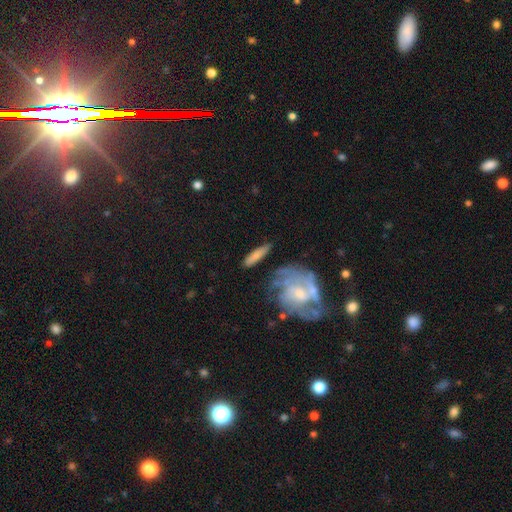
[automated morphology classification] type=smooth (67%); roundness=cigar-shaped (72%); merging=none (76%).